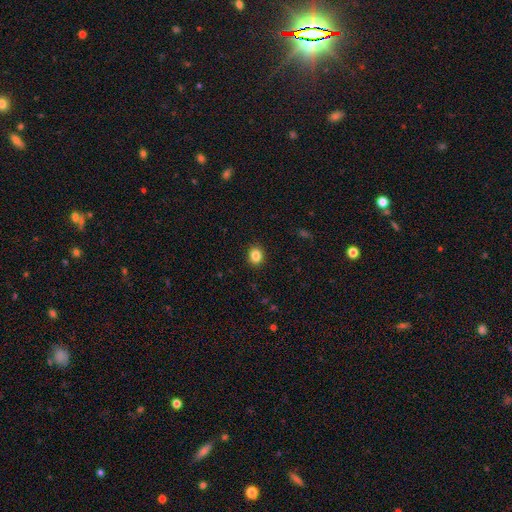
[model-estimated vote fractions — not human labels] Smooth or featured: smooth — 85% (star or artifact — 11%)
How rounded: round — 71% (in between — 28%)
Merging: none — 91% (minor disturbance — 6%)